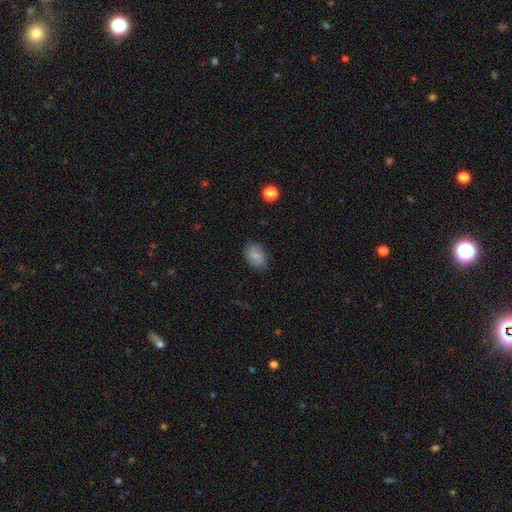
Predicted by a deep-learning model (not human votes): Smooth or featured: smooth — 83% (featured or disk — 10%)
How rounded: in between — 79% (round — 20%)
Merging: none — 82% (minor disturbance — 14%)